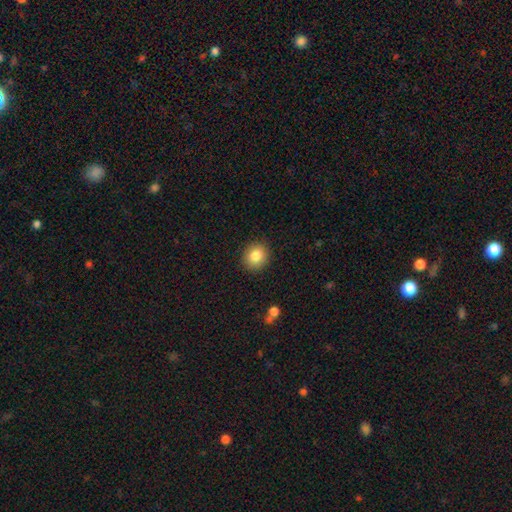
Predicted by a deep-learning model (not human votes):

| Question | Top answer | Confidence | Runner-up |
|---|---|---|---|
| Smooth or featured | smooth | 83% | star or artifact (9%) |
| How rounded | round | 80% | in between (20%) |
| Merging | none | 90% | minor disturbance (7%) |